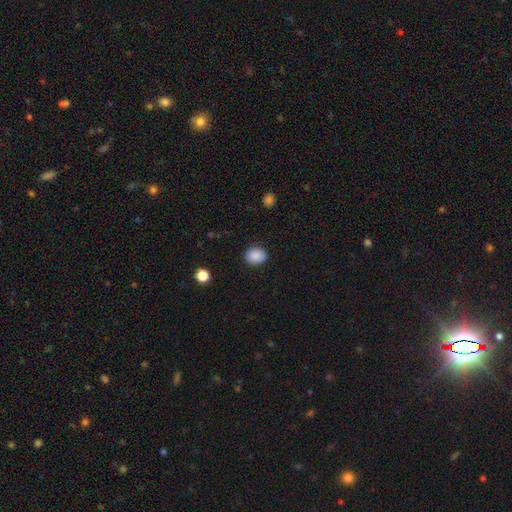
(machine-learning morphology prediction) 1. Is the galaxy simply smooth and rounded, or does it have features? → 88% smooth, 8% star or artifact, 4% featured or disk.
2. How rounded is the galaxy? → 52% round, 47% in between, 1% cigar-shaped.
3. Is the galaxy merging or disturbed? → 87% none, 9% minor disturbance, 2% major disturbance, 1% merger.